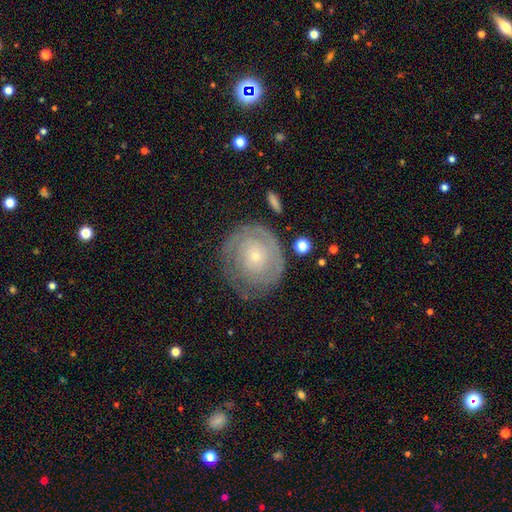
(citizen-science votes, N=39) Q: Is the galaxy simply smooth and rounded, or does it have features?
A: featured or disk — 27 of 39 (69%).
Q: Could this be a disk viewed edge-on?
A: no — 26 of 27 (96%).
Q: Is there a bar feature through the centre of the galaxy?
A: no — 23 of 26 (88%).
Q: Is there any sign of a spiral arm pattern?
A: yes — 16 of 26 (62%).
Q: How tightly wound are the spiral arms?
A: tight — 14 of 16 (88%).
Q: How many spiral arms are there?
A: can't tell — 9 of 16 (56%).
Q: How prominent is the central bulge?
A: small — 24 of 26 (92%).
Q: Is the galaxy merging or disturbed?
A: none — 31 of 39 (79%).